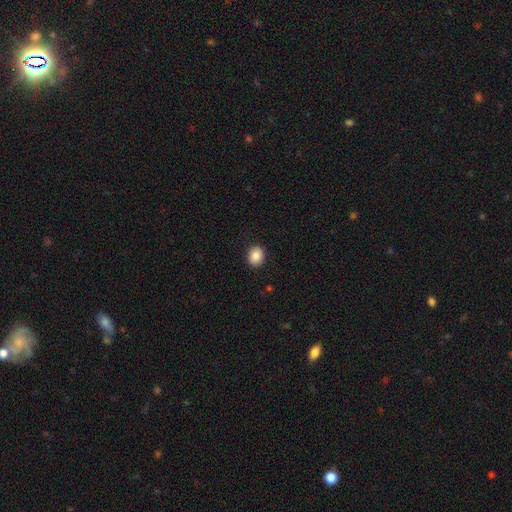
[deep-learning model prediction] Smooth or featured? Predicted: smooth (p=0.86). How rounded? Predicted: round (p=0.61). Merging? Predicted: none (p=0.90).